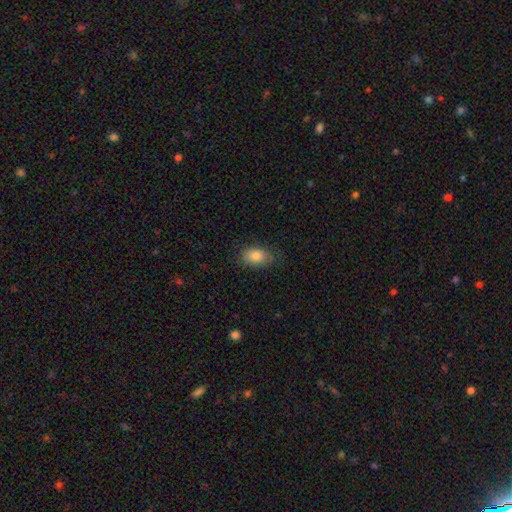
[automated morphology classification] smooth 85%, star or artifact 8%, featured or disk 8%. Down the decision tree: how rounded — in between (87%); merging — none (75%).